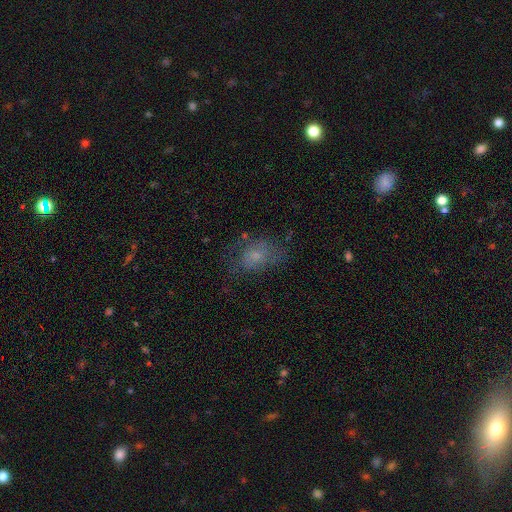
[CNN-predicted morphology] Smooth or featured? Predicted: smooth (p=0.57). How rounded? Predicted: in between (p=0.73). Merging? Predicted: none (p=0.49).